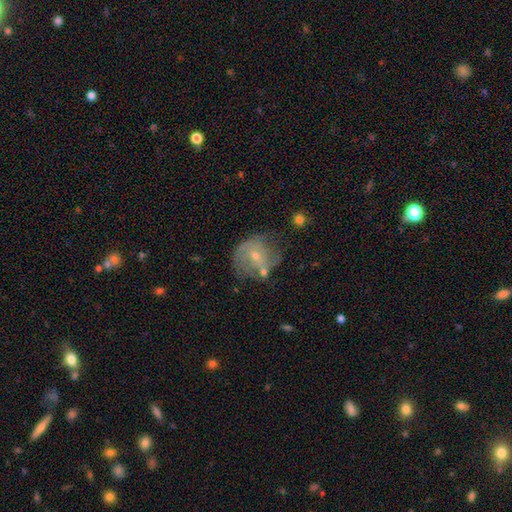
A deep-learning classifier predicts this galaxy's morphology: This appears to be a featured or disk galaxy (65%) with no bar (64%), spiral arms (75%) and a small central bulge (65%). Merging: none (57%).